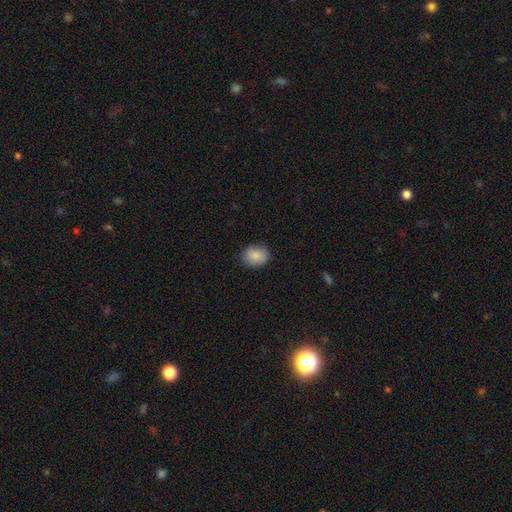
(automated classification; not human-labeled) Smooth or featured: smooth — 87% (star or artifact — 7%)
How rounded: round — 50% (in between — 49%)
Merging: none — 86% (minor disturbance — 11%)